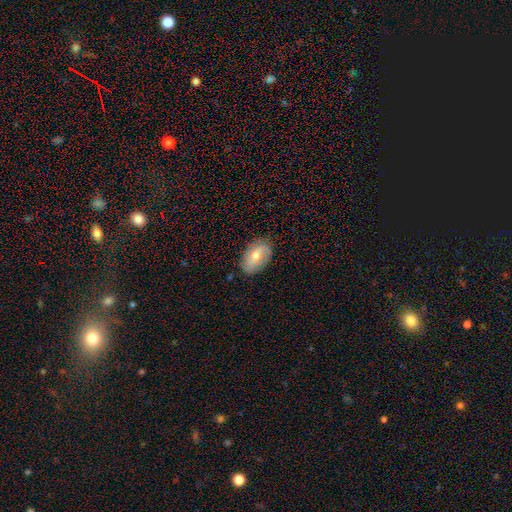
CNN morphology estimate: A smooth galaxy with no disk features (48%). Merging: none (77%).